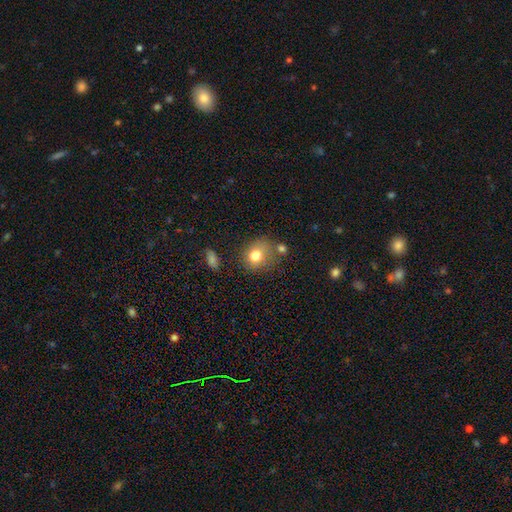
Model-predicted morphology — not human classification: Smooth or featured?
  - smooth: 79% *
  - featured or disk: 11%
  - star or artifact: 10%
How rounded?
  - round: 67% *
  - in between: 32%
  - cigar-shaped: 1%
Merging?
  - none: 58% *
  - minor disturbance: 22%
  - merger: 11%
  - major disturbance: 9%